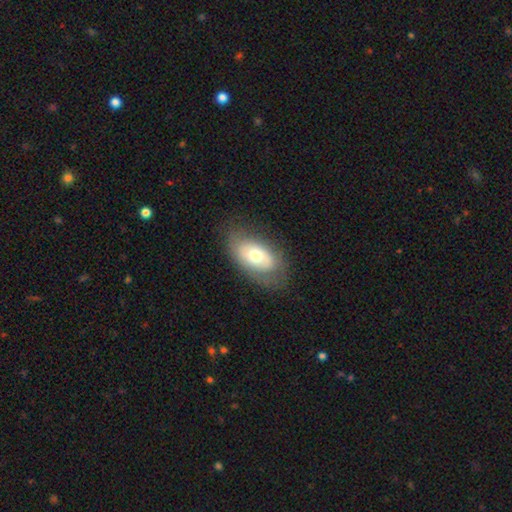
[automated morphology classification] A smooth galaxy with no disk features (57%) that is in between round and cigar-shaped (91%).

Vote fractions:
- Smooth or featured? smooth: 57% / featured or disk: 36% / star or artifact: 7%
- How rounded? in between: 91% / round: 7% / cigar-shaped: 2%
- Merging? none: 73% / minor disturbance: 18% / major disturbance: 7% / merger: 1%